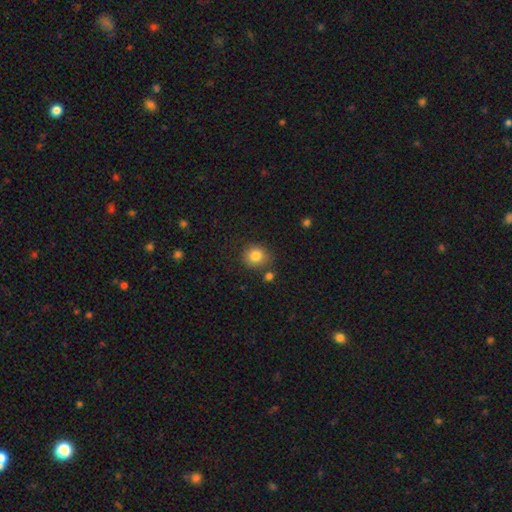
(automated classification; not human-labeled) Q: Smooth or featured?
A: smooth (83%); runner-up: star or artifact (10%)
Q: How rounded?
A: round (78%); runner-up: in between (21%)
Q: Merging?
A: none (76%); runner-up: minor disturbance (14%)